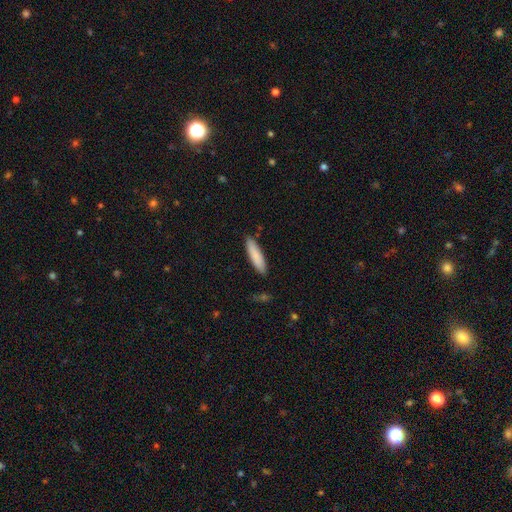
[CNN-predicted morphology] smooth 85%, featured or disk 9%, star or artifact 6%. Down the decision tree: how rounded — cigar-shaped (75%); merging — none (87%).